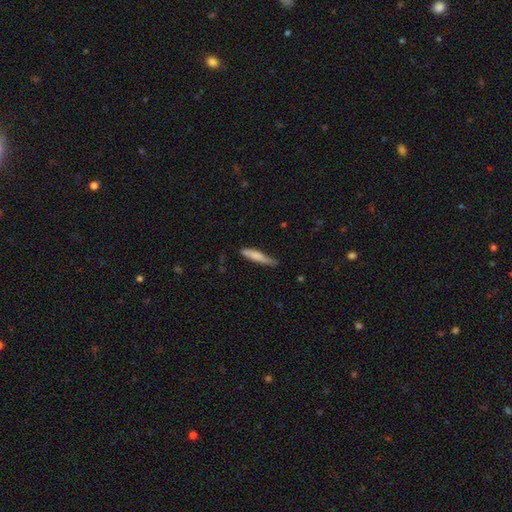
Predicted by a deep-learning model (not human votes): The model was most divided on "merging": none: 62%, minor disturbance: 30%, major disturbance: 6%, merger: 3%. More confident: how rounded — cigar-shaped (88%); smooth or featured — smooth (75%).